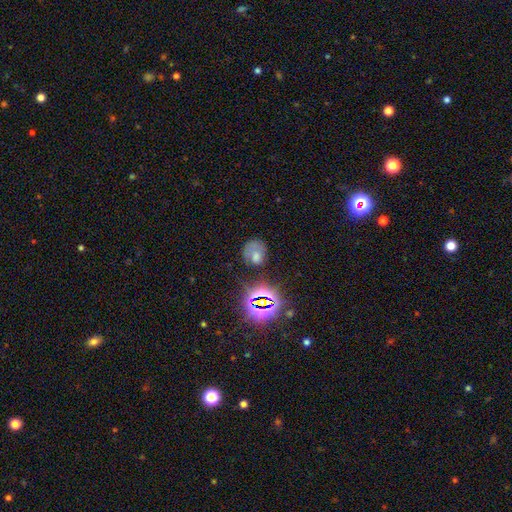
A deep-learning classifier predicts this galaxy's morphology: smooth-or-featured: star or artifact: 41% (tied) | smooth: 41% (tied) | featured or disk: 18%